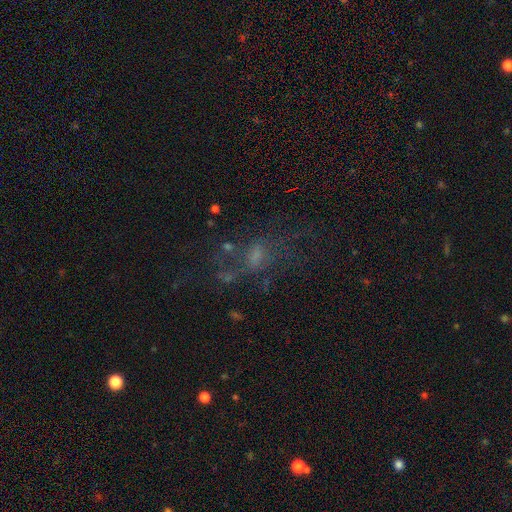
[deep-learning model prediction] Smooth or featured? Predicted: featured or disk (p=0.39). Merging? Predicted: none (p=0.51).